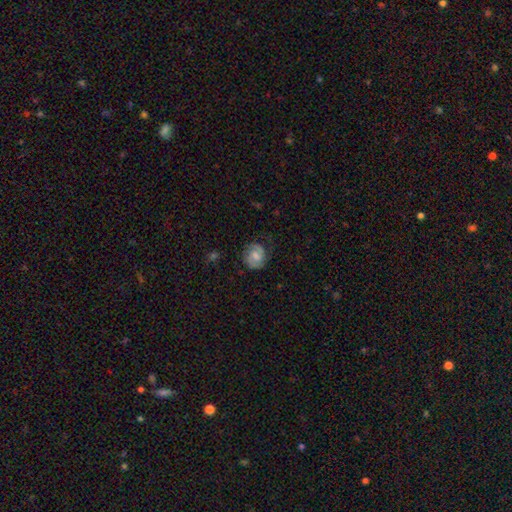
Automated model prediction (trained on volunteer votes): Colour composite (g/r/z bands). It shows a smooth galaxy with no disk features (48%). Merging: none (71%).